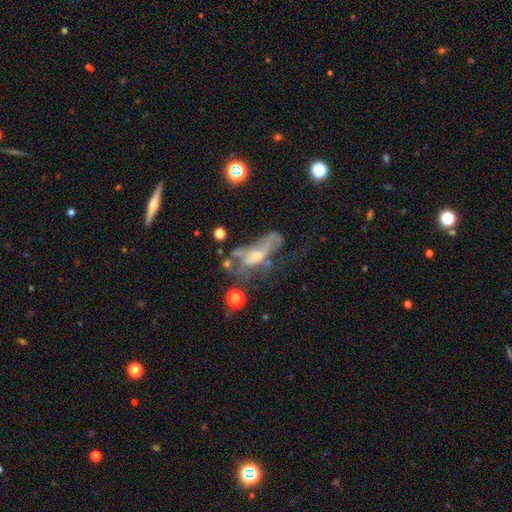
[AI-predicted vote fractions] smooth_or_featured: featured or disk (p=0.59) [alt: smooth p=0.27]
disk_edge_on: no (p=0.82) [alt: yes p=0.18]
merging: major disturbance (p=0.43) [alt: none p=0.24]